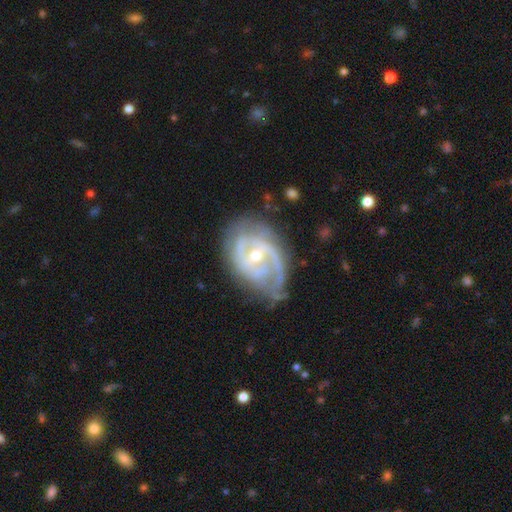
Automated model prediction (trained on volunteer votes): Morphology: type=featured or disk (88%); edge-on=no (97%); bar=weak (45%); spiral arms=yes (93%); winding=tight (44%); arm count=2 (55%); bulge=moderate (49%); merging=none (58%).